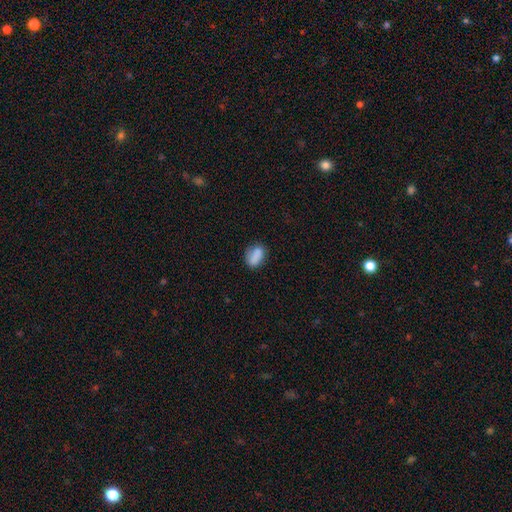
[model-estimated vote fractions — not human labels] Morphology: type=smooth (84%); roundness=in between (80%); merging=none (69%).